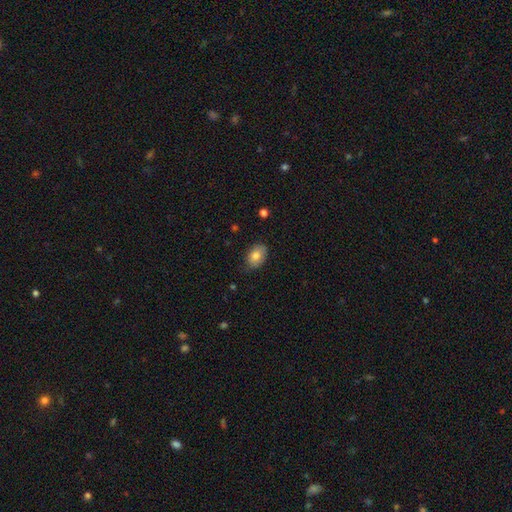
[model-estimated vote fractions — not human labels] A smooth galaxy with no disk features (82%) that is in between round and cigar-shaped (85%).

Vote fractions:
- Smooth or featured? smooth: 82% / featured or disk: 11% / star or artifact: 7%
- How rounded? in between: 85% / round: 14% / cigar-shaped: 1%
- Merging? none: 78% / minor disturbance: 18% / major disturbance: 3% / merger: 1%